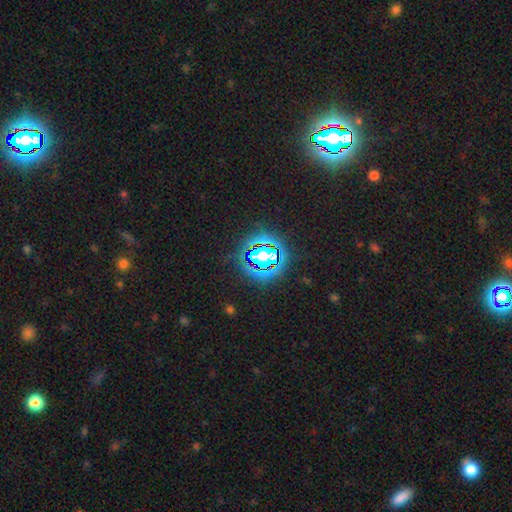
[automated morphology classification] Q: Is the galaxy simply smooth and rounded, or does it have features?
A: star or artifact — 81%.